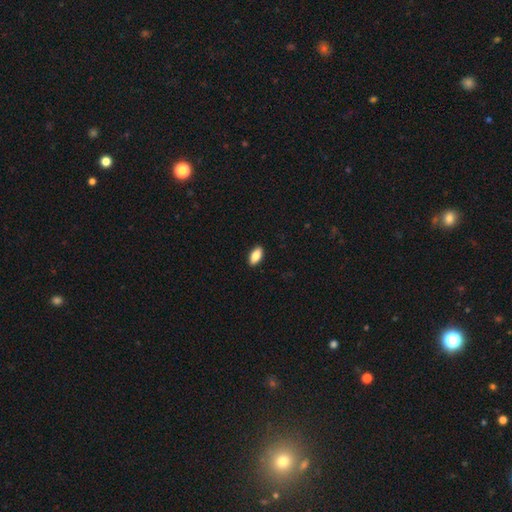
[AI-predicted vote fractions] smooth-or-featured: smooth: 85% | featured or disk: 9% | star or artifact: 7%
  how-rounded: in between: 91% | cigar-shaped: 6% | round: 3%
  merging: none: 90% | minor disturbance: 7% | major disturbance: 2% | merger: 1%